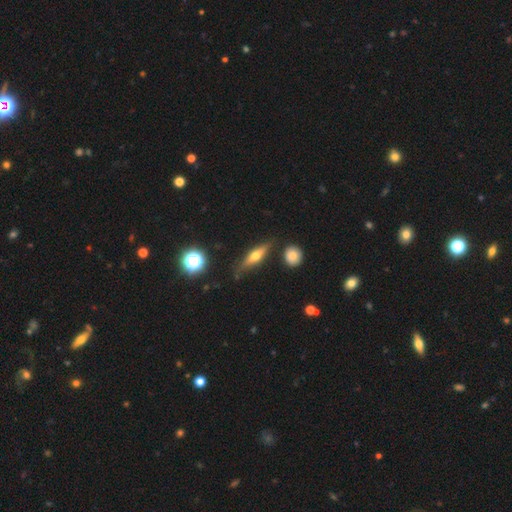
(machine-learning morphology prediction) Smooth or featured? featured or disk (54%)
Edge-on disk? yes (90%)
Merging? none (79%)